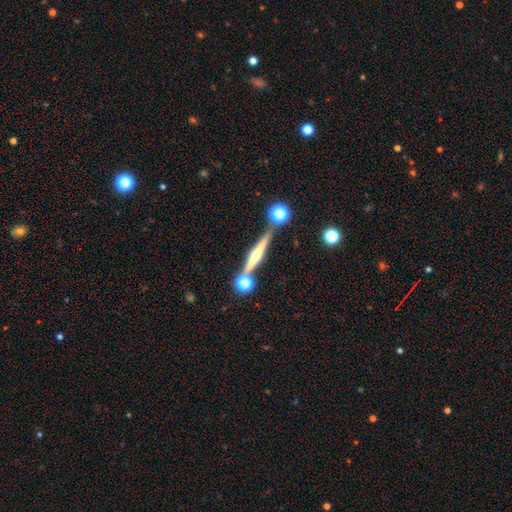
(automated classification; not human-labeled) smooth_or_featured: featured or disk (p=0.64) [alt: smooth p=0.27]
disk_edge_on: yes (p=0.96) [alt: no p=0.04]
edge_on_bulge: rounded (p=0.73) [alt: none p=0.14]
merging: none (p=0.72) [alt: merger p=0.14]